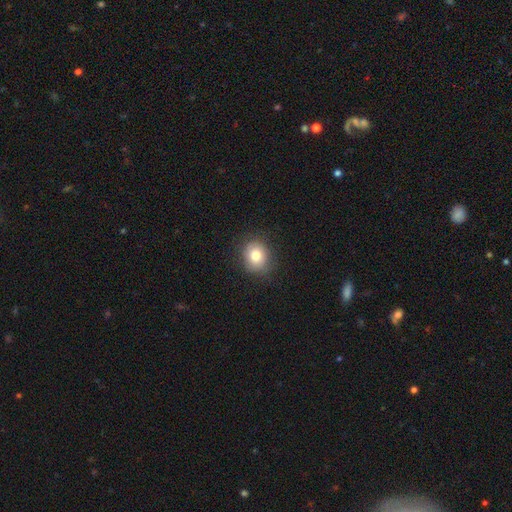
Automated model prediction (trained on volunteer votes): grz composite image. It shows a smooth galaxy with no disk features (80%) that is round (73%). Merging: none (84%).